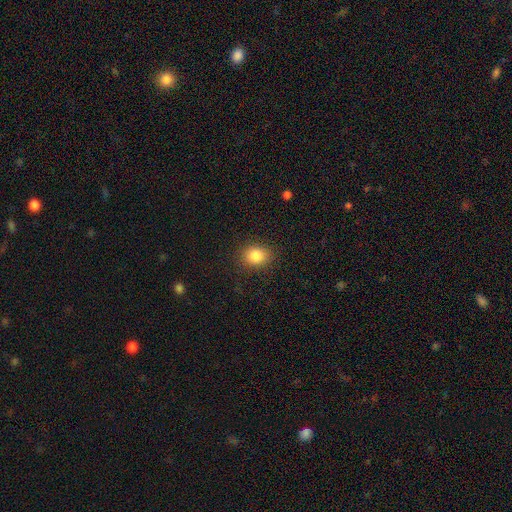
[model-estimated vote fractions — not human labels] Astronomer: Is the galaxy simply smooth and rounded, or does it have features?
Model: smooth — 84%.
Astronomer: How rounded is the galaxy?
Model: round — 52% (runner-up: in between, 47%).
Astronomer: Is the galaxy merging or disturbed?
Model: none — 87%.